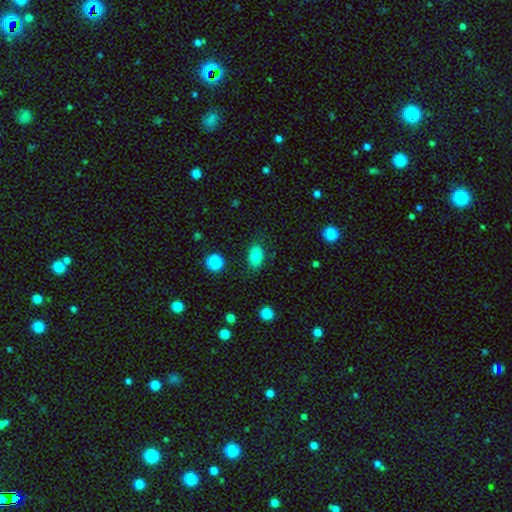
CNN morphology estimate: A smooth galaxy with no disk features (79%) that is in between round and cigar-shaped (86%). Merging: none (82%).